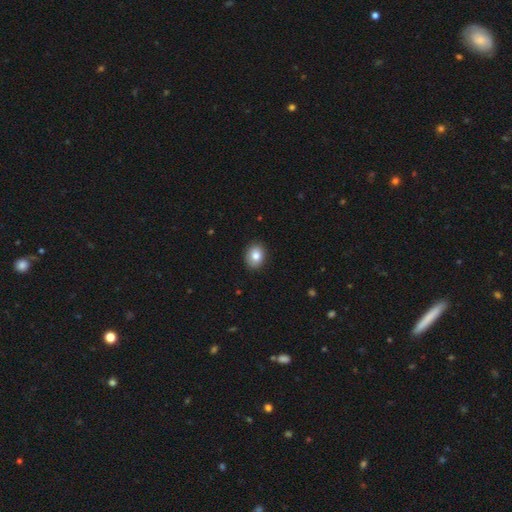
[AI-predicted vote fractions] smooth-or-featured: smooth: 83% | star or artifact: 8% | featured or disk: 8%
  how-rounded: in between: 57% | round: 42% | cigar-shaped: 1%
  merging: none: 89% | minor disturbance: 8% | major disturbance: 2% | merger: 1%